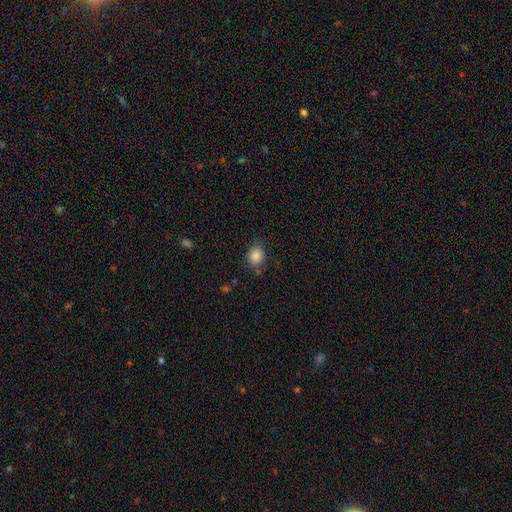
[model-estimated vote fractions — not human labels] smooth-or-featured: smooth: 85% | star or artifact: 10% | featured or disk: 5%
  how-rounded: round: 57% | in between: 42% | cigar-shaped: 1%
  merging: none: 77% | minor disturbance: 16% | major disturbance: 4% | merger: 3%